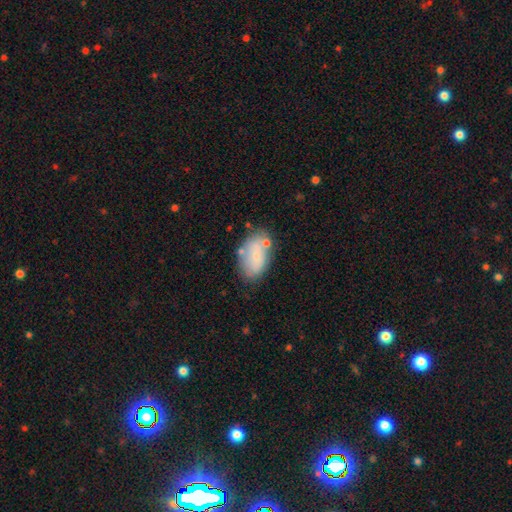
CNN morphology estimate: This appears to be a smooth galaxy with no disk features (68%) that is in between round and cigar-shaped (92%). Merging: none (63%).